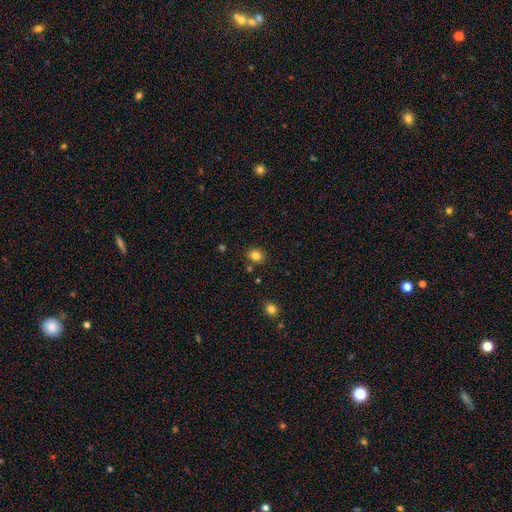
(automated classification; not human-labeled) Smooth or featured: smooth — 82% (star or artifact — 12%)
How rounded: round — 56% (in between — 44%)
Merging: none — 81% (minor disturbance — 11%)